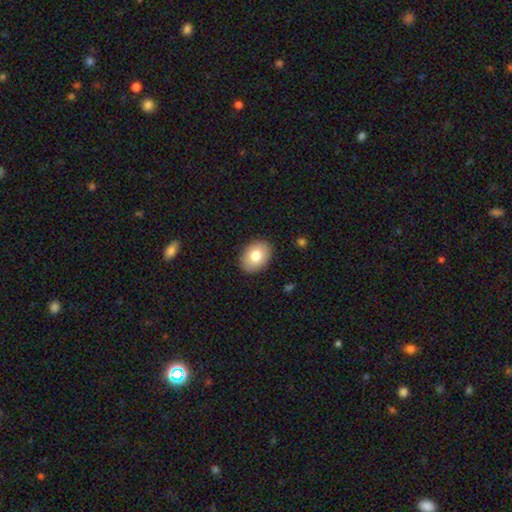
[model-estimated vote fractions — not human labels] This appears to be a smooth galaxy with no disk features (80%) that is in between round and cigar-shaped (74%). Merging: none (89%).